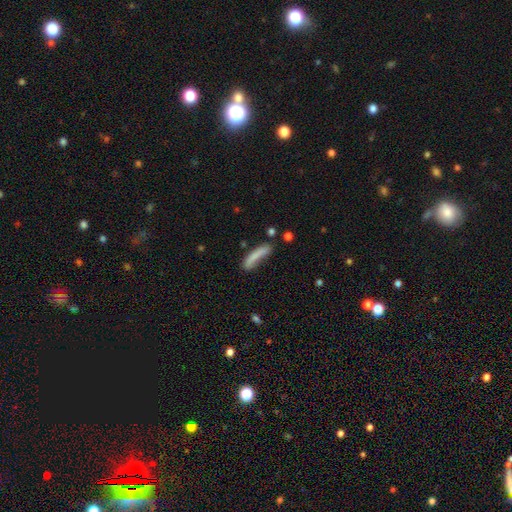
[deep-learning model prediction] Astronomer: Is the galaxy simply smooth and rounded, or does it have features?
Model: smooth — 76%.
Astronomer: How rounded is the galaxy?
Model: cigar-shaped — 84%.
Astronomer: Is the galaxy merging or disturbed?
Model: none — 54%.